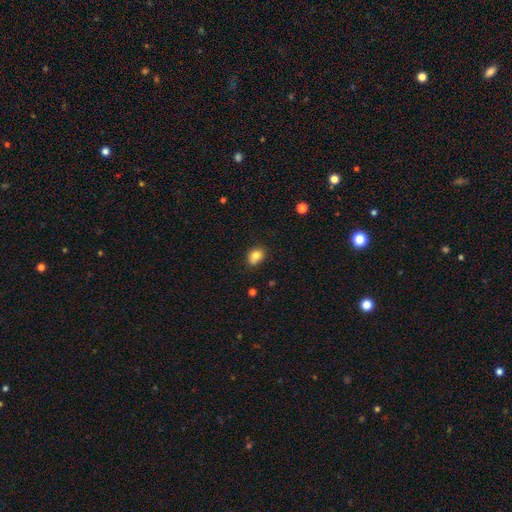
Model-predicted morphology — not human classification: A smooth galaxy with no disk features (81%) that is in between round and cigar-shaped (56%). Merging: none (69%).